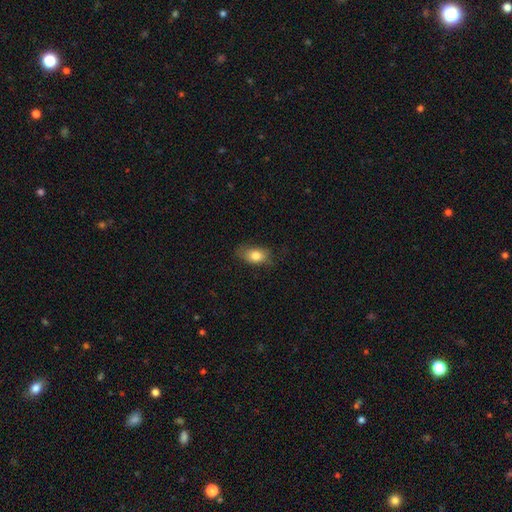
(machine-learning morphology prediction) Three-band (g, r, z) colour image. It shows a smooth galaxy with no disk features (81%) that is in between round and cigar-shaped (83%). Merging: none (70%).